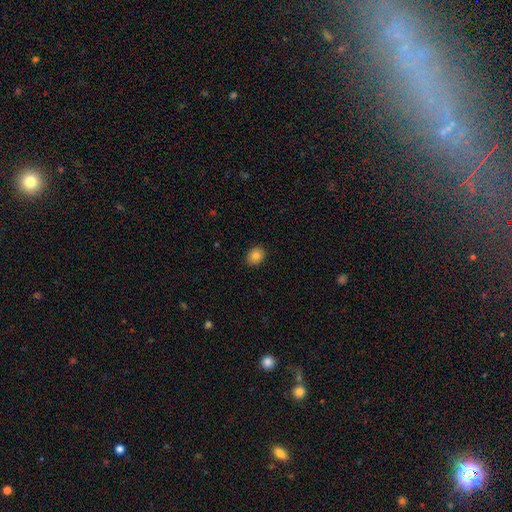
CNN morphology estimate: smooth_or_featured: smooth (p=0.83) [alt: star or artifact p=0.10]
how_rounded: round (p=0.54) [alt: in between p=0.45]
merging: none (p=0.89) [alt: minor disturbance p=0.08]